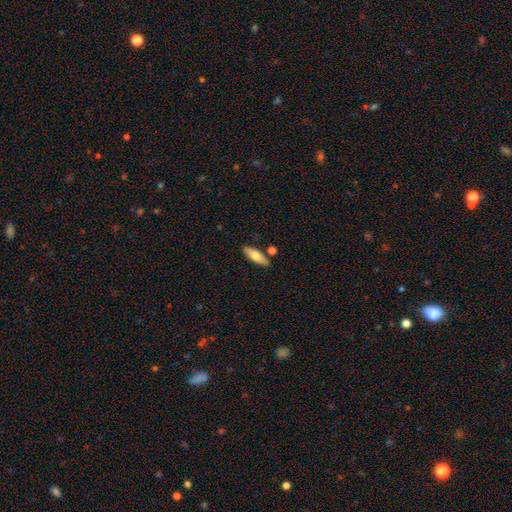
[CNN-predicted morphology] Smooth or featured?
  - smooth: 70% *
  - featured or disk: 24%
  - star or artifact: 6%
How rounded?
  - in between: 55% *
  - cigar-shaped: 42%
  - round: 3%
Merging?
  - none: 81% *
  - minor disturbance: 10%
  - merger: 6%
  - major disturbance: 2%